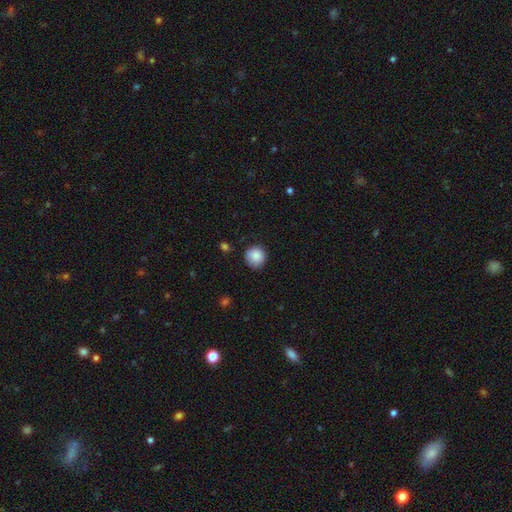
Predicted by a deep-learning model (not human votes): A smooth galaxy with no disk features (86%) that is round (92%).

Vote fractions:
- Smooth or featured? smooth: 86% / star or artifact: 8% / featured or disk: 5%
- How rounded? round: 92% / in between: 7% / cigar-shaped: 1%
- Merging? none: 79% / minor disturbance: 17% / major disturbance: 3% / merger: 1%